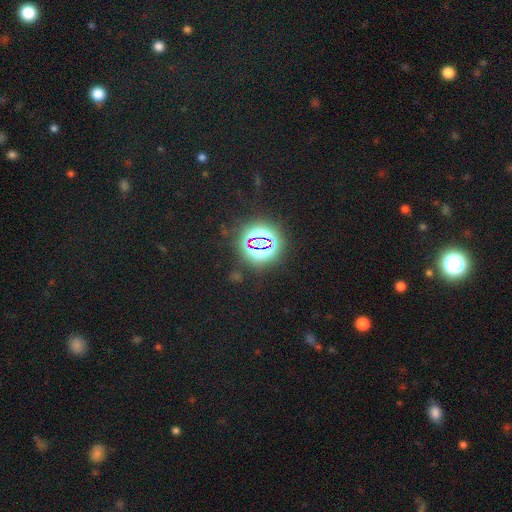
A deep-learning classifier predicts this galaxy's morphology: Smooth or featured? Predicted: star or artifact (p=0.61).